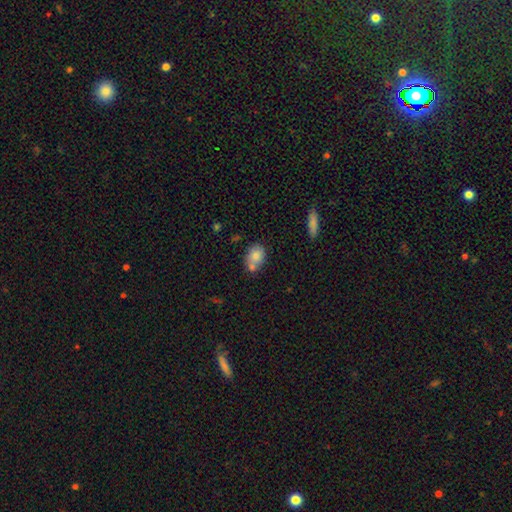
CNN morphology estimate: smooth-or-featured: smooth: 78% | featured or disk: 14% | star or artifact: 8%
  how-rounded: in between: 66% | round: 33% | cigar-shaped: 2%
  merging: none: 50% | merger: 29% | minor disturbance: 16% | major disturbance: 4%